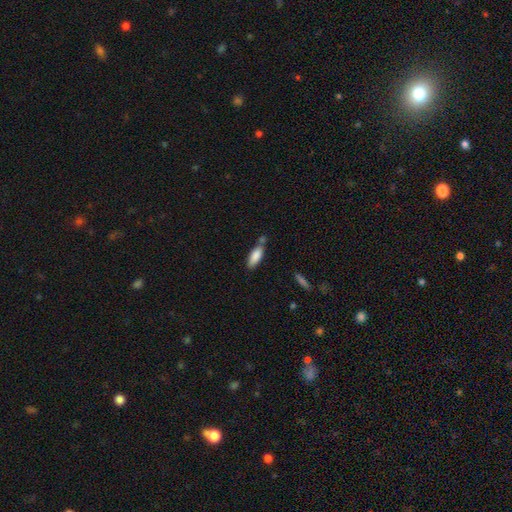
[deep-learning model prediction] Q: Smooth or featured?
A: smooth (85%); runner-up: featured or disk (9%)
Q: How rounded?
A: in between (66%); runner-up: cigar-shaped (32%)
Q: Merging?
A: none (60%); runner-up: merger (18%)